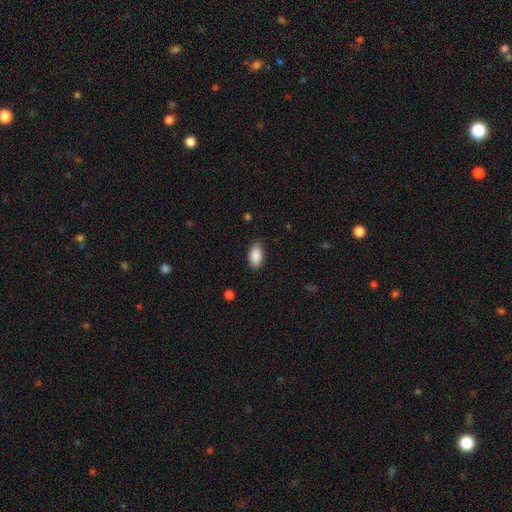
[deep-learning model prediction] Smooth or featured? smooth (88%)
How rounded? in between (92%)
Merging? none (81%)